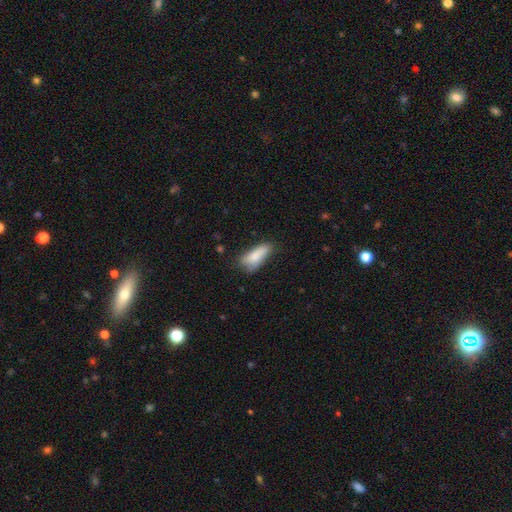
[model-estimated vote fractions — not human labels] A smooth galaxy with no disk features (80%) that is in between round and cigar-shaped (68%).

Vote fractions:
- Smooth or featured? smooth: 80% / featured or disk: 12% / star or artifact: 7%
- How rounded? in between: 68% / cigar-shaped: 30% / round: 2%
- Merging? none: 48% / minor disturbance: 34% / major disturbance: 13% / merger: 4%